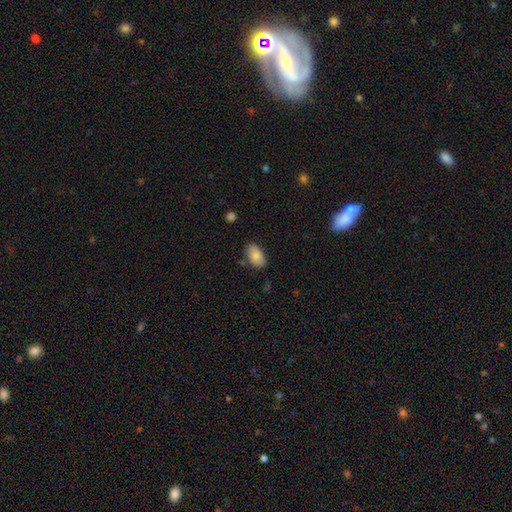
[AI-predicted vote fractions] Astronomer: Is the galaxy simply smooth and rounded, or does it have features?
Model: smooth — 85%.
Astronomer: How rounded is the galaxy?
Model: in between — 93%.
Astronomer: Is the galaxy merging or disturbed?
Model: none — 76%.